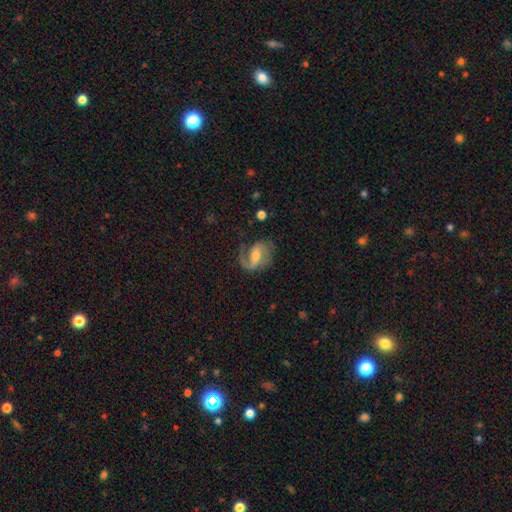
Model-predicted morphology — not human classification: A featured or disk galaxy (80%) with a weak bar (47%), 2 (59%) medium (49%) spiral arms (94%) and a moderate central bulge (45%).

Vote fractions:
- Smooth or featured? featured or disk: 80% / smooth: 13% / star or artifact: 6%
- Edge-on disk? no: 97% / yes: 3%
- Bar? weak: 47% / strong: 33% / no: 20%
- Spiral arms? yes: 94% / no: 6%
- Spiral winding? medium: 49% / loose: 31% / tight: 20%
- Spiral arm count? 2: 59% / 1: 34% / can't tell: 4% / 3: 1% / 4: 1% / more than 4: 1%
- Bulge size? moderate: 45% / small: 35% / large: 9% / none: 9% / dominant: 2%
- Merging? none: 59% / major disturbance: 20% / minor disturbance: 19% / merger: 2%